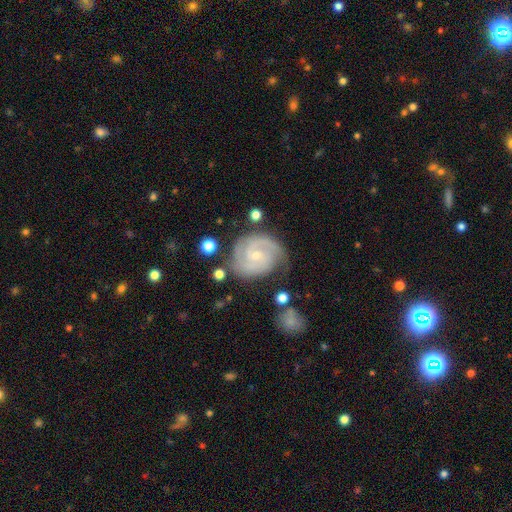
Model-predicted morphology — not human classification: This is clearly a featured or disk galaxy (89%). It is clearly not viewed edge-on (98%). Bar: possibly no (59%). Spiral arm pattern: clearly yes (98%). Spiral arm count: possibly 2 (56%). Spiral winding: likely tight (65%). Central bulge: likely small (74%). Merging: likely none (71%).